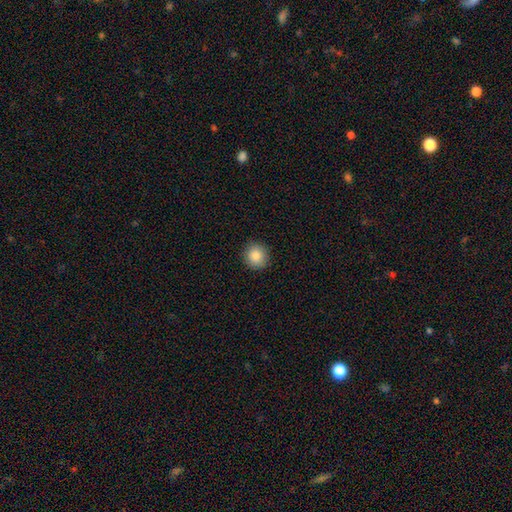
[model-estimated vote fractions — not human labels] Overall: smooth (86%). How rounded: round (89%). Merging: none (91%).